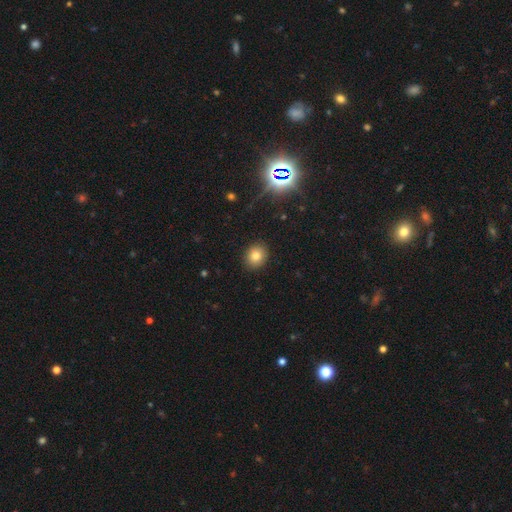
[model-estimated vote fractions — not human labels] smooth_or_featured: smooth (p=0.79) [alt: star or artifact p=0.13]
how_rounded: round (p=0.64) [alt: in between p=0.35]
merging: none (p=0.90) [alt: minor disturbance p=0.07]